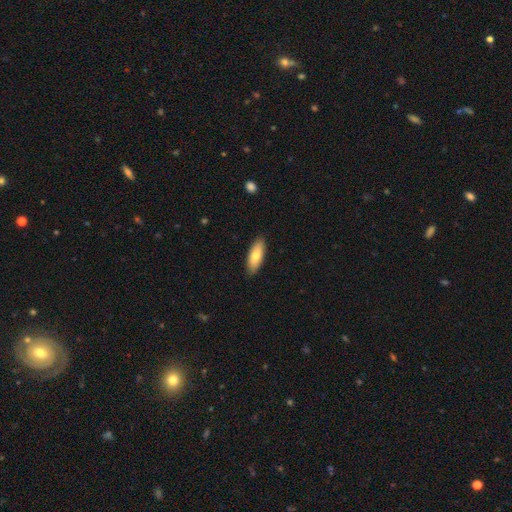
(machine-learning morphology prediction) Overall: smooth (75%). How rounded: in between (69%; cigar-shaped 29%). Merging: none (89%).